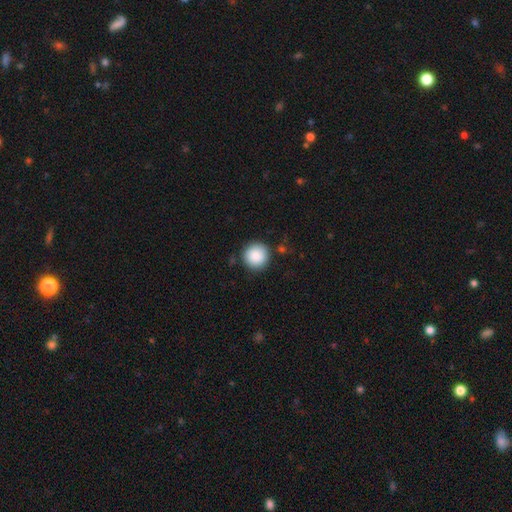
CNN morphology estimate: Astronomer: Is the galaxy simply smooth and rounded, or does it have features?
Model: smooth — 88%.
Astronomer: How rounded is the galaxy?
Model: round — 95%.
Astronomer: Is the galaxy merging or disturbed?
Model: none — 87%.